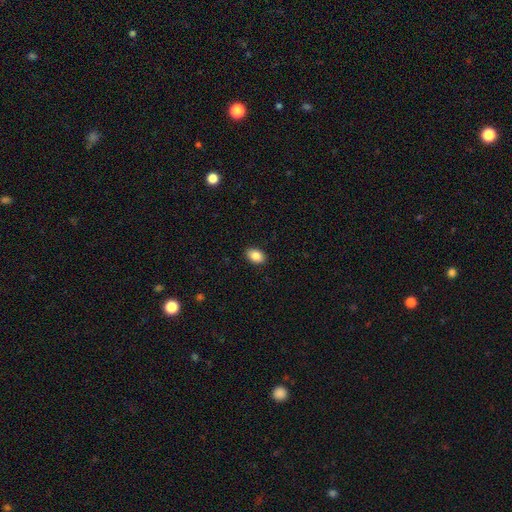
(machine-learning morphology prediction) A smooth galaxy with no disk features (87%) that is in between round and cigar-shaped (86%). Merging: none (90%).